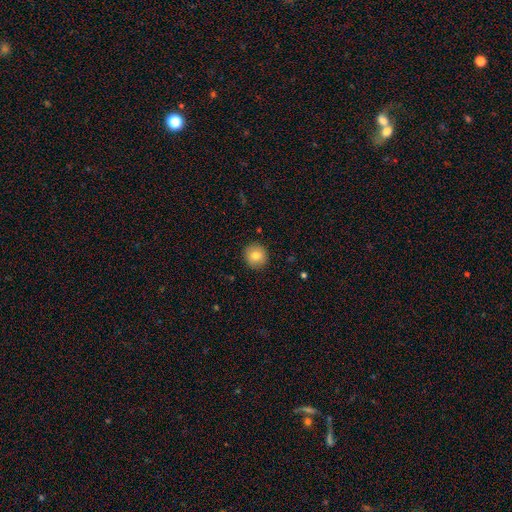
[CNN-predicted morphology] This is likely a smooth galaxy (79%). How rounded: clearly round (93%). Merging: clearly none (91%).